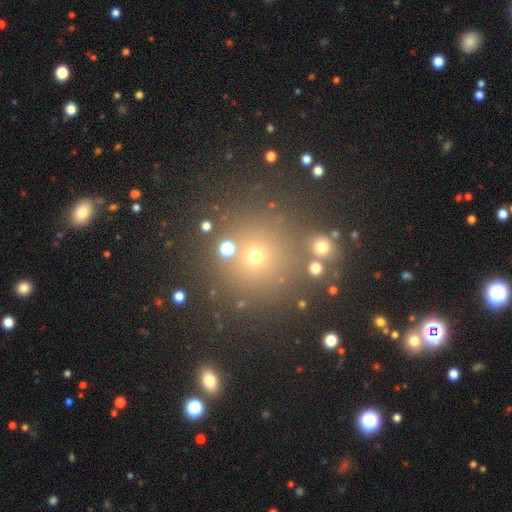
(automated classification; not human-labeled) Smooth or featured: smooth — 59% (star or artifact — 32%)
How rounded: round — 93% (in between — 6%)
Merging: none — 79% (minor disturbance — 8%)